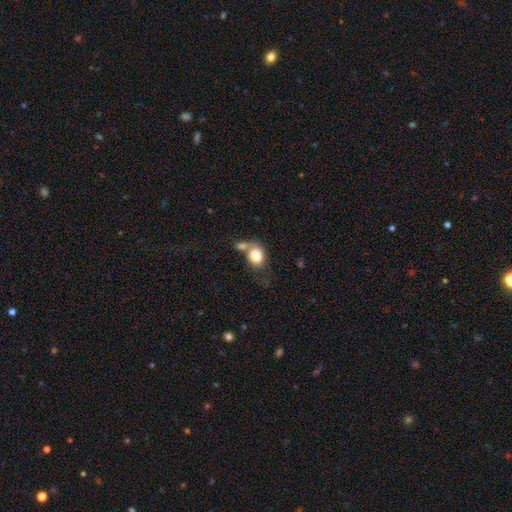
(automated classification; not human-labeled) Smooth or featured? smooth (83%)
How rounded? in between (54%)
Merging? merger (43%)